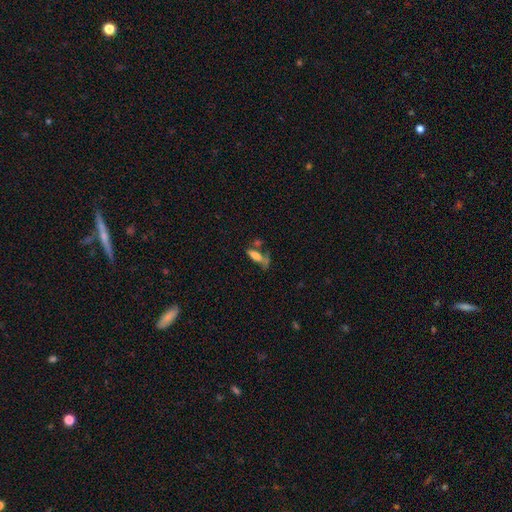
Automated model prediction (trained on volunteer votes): smooth_or_featured: smooth (p=0.65) [alt: featured or disk p=0.24]
how_rounded: in between (p=0.55) [alt: cigar-shaped p=0.42]
merging: none (p=0.42) [alt: merger p=0.23]